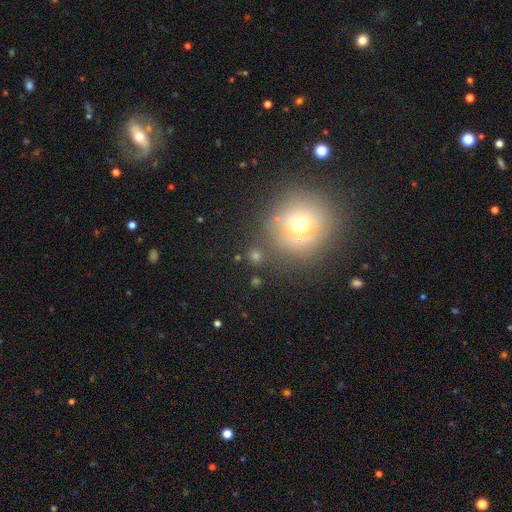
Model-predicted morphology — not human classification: This is possibly a smooth galaxy (56%). How rounded: clearly round (88%). Merging: likely none (77%).